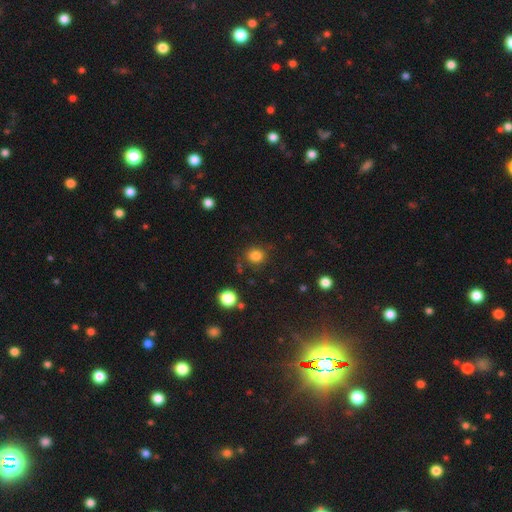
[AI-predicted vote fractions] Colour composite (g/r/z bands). It shows a smooth galaxy with no disk features (82%) that is round (84%). Merging: none (84%).